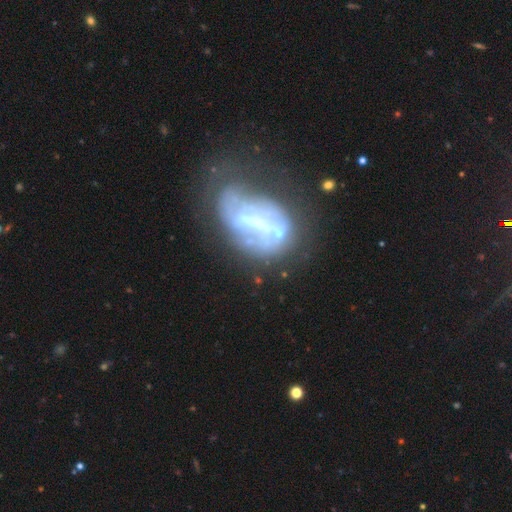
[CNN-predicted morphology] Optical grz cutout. It shows a featured or disk galaxy (69%) with a strong bar (53%), no spiral arms (65%) and no central bulge (43%). Merging: none (34%).